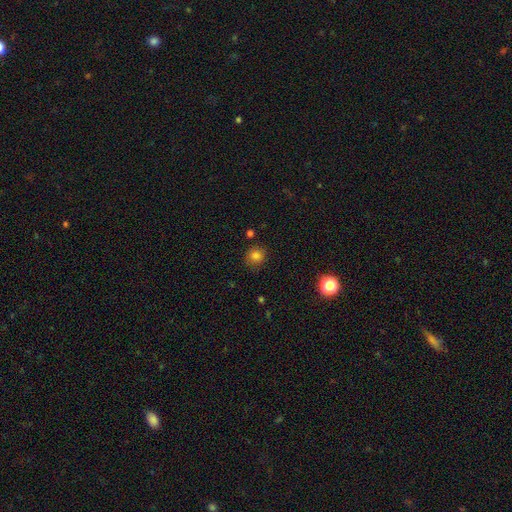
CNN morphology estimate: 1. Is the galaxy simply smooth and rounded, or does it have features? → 81% smooth, 14% star or artifact, 5% featured or disk.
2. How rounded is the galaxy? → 86% round, 13% in between, 1% cigar-shaped.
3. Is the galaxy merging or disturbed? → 84% none, 11% minor disturbance, 3% major disturbance, 2% merger.